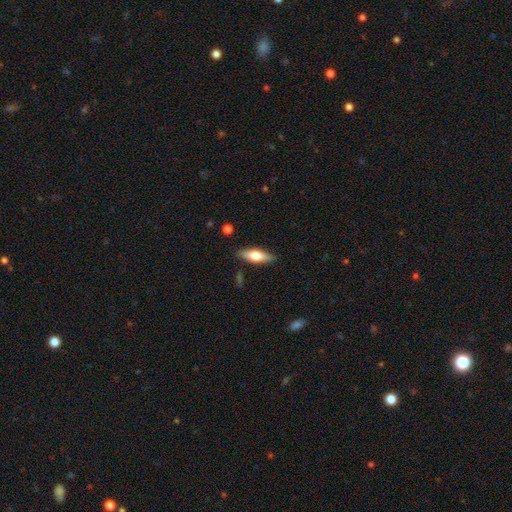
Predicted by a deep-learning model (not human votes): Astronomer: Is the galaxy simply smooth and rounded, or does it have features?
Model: smooth — 57% (runner-up: featured or disk, 37%).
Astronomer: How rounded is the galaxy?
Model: in between — 52% (runner-up: cigar-shaped, 46%).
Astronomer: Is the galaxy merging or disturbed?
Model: none — 86%.